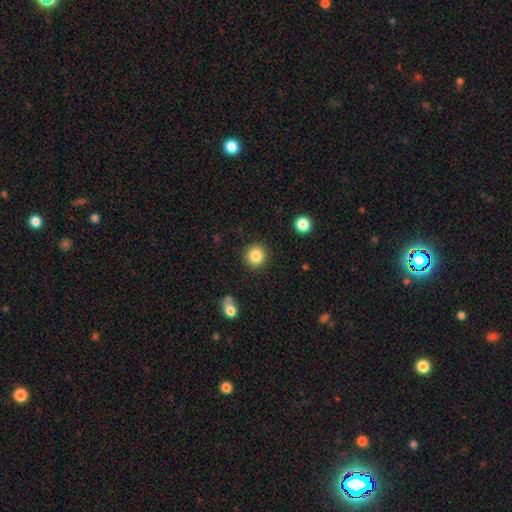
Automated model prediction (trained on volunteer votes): Morphology: type=smooth (84%); roundness=round (93%); merging=none (91%).